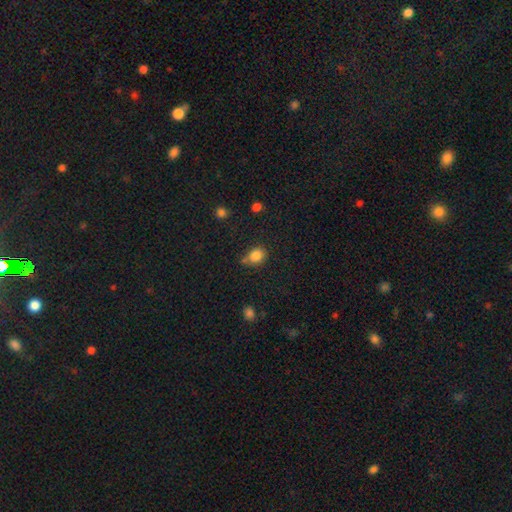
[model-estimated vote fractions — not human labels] Smooth or featured? Predicted: smooth (p=0.84). How rounded? Predicted: round (p=0.53). Merging? Predicted: none (p=0.59).